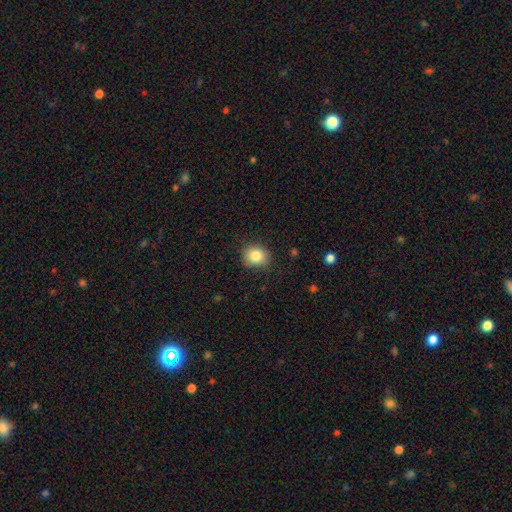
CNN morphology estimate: This is clearly a smooth galaxy (83%). How rounded: likely round (75%). Merging: clearly none (86%).